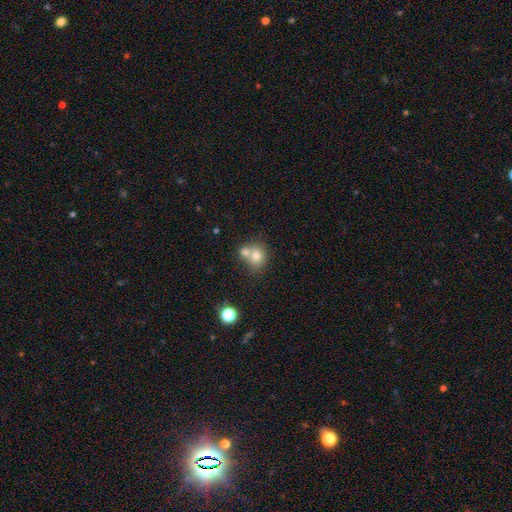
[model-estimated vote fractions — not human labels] smooth-or-featured: smooth: 74% | featured or disk: 15% | star or artifact: 11%
  how-rounded: round: 73% | in between: 27% | cigar-shaped: 1%
  merging: merger: 50% | none: 38% | minor disturbance: 9% | major disturbance: 3%